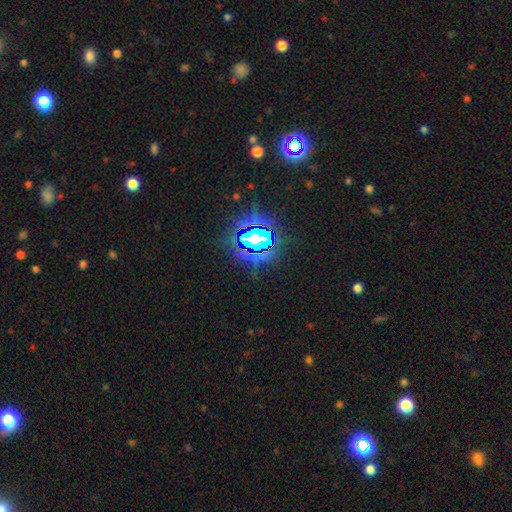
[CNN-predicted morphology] A star or artifact, not a galaxy (83%).

Vote fractions:
- Smooth or featured? star or artifact: 83% / smooth: 11% / featured or disk: 7%